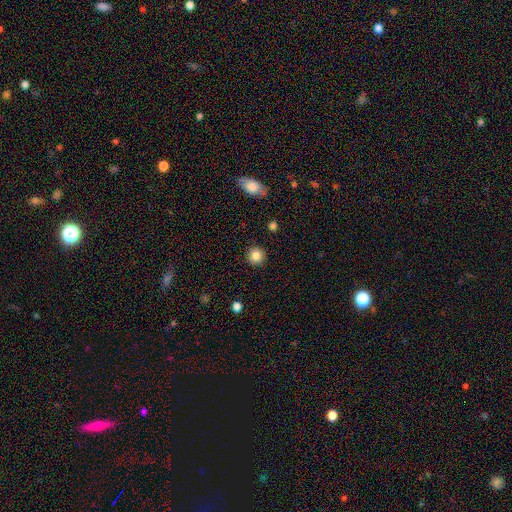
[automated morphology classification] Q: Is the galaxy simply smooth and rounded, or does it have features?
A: smooth — 85%.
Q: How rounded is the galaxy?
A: round — 94%.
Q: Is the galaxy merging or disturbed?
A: none — 91%.